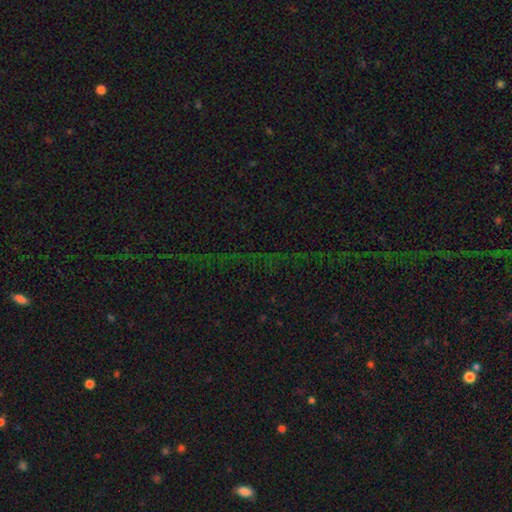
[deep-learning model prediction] Smooth or featured? star or artifact (82%)